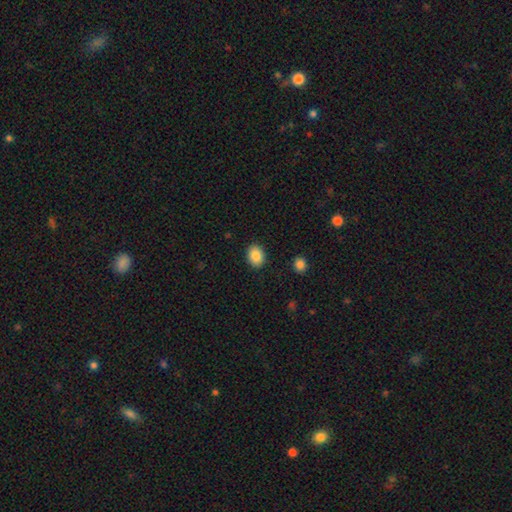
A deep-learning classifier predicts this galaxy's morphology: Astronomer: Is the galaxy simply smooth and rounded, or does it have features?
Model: smooth — 87%.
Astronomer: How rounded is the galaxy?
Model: in between — 64%.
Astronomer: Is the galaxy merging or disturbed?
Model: none — 89%.